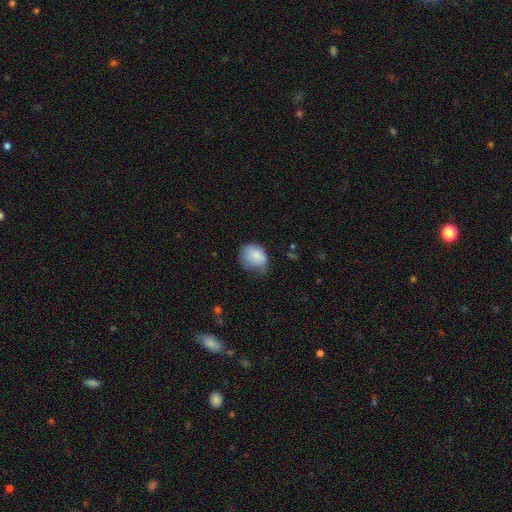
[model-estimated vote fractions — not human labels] smooth_or_featured: smooth (p=0.82) [alt: featured or disk p=0.09]
how_rounded: round (p=0.51) [alt: in between p=0.48]
merging: none (p=0.42) [alt: minor disturbance p=0.41]